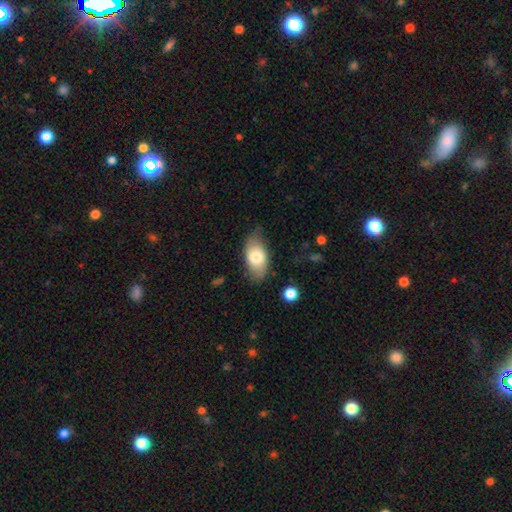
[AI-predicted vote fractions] Overall: smooth (74%). How rounded: in between (93%). Merging: none (67%).